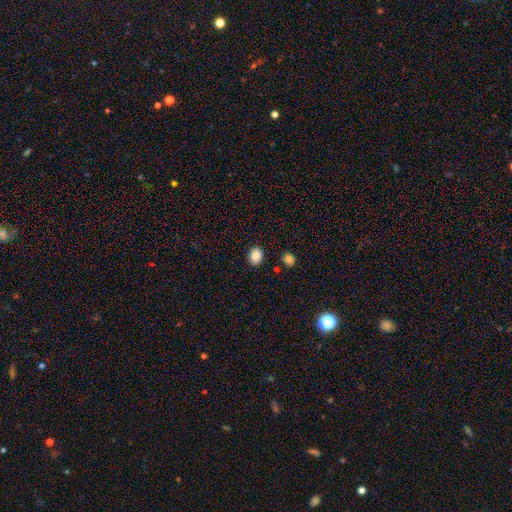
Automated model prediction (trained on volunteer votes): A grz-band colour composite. It shows a smooth galaxy with no disk features (87%) that is in between round and cigar-shaped (52%). Merging: none (87%).